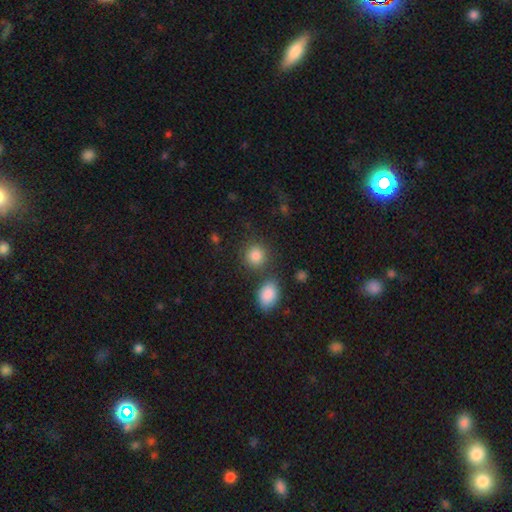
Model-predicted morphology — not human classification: Smooth or featured: smooth — 85% (star or artifact — 10%)
How rounded: round — 84% (in between — 14%)
Merging: none — 72% (merger — 13%)